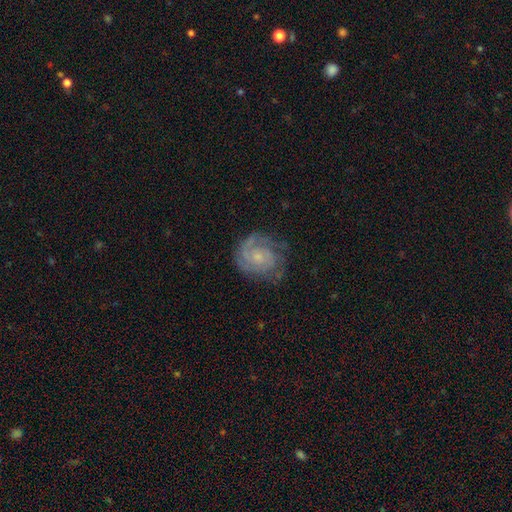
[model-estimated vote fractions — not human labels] Smooth or featured? Predicted: featured or disk (p=0.81). Edge-on disk? Predicted: no (p=0.98). Bar? Predicted: no (p=0.71). Spiral arms? Predicted: yes (p=0.95). Spiral winding? Predicted: tight (p=0.62). Spiral arm count? Predicted: 2 (p=0.46). Bulge size? Predicted: small (p=0.66). Merging? Predicted: none (p=0.70).